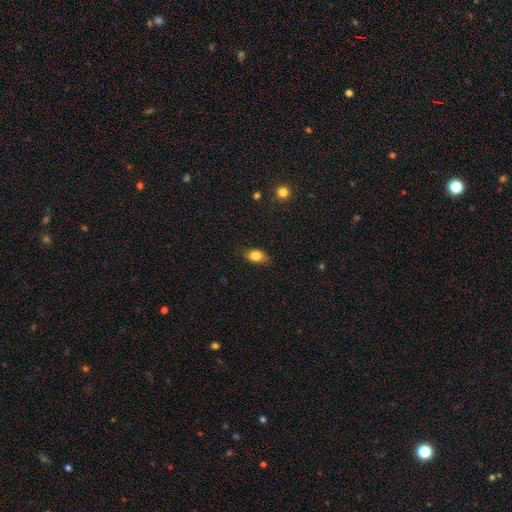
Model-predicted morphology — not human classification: Q: Smooth or featured?
A: smooth (84%); runner-up: star or artifact (8%)
Q: How rounded?
A: in between (84%); runner-up: round (13%)
Q: Merging?
A: none (81%); runner-up: minor disturbance (15%)